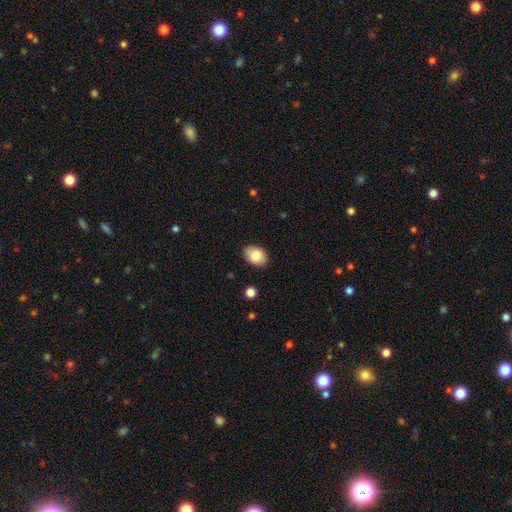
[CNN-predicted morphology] The model was most divided on "how rounded": in between: 82%, round: 17%, cigar-shaped: 1%. More confident: merging — none (88%); smooth or featured — smooth (85%).